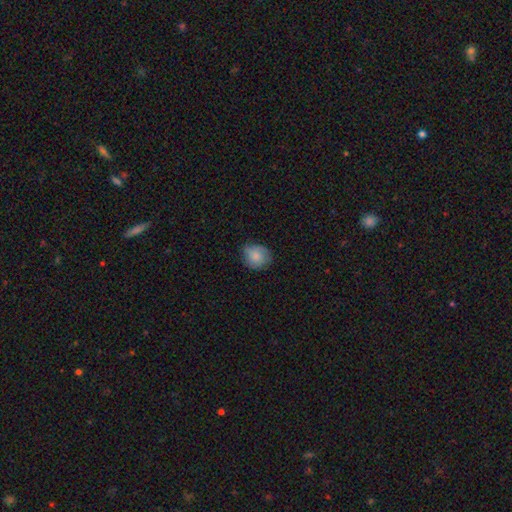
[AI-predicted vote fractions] smooth_or_featured: smooth (p=0.79) [alt: featured or disk p=0.14]
how_rounded: round (p=0.72) [alt: in between p=0.27]
merging: none (p=0.69) [alt: minor disturbance p=0.25]